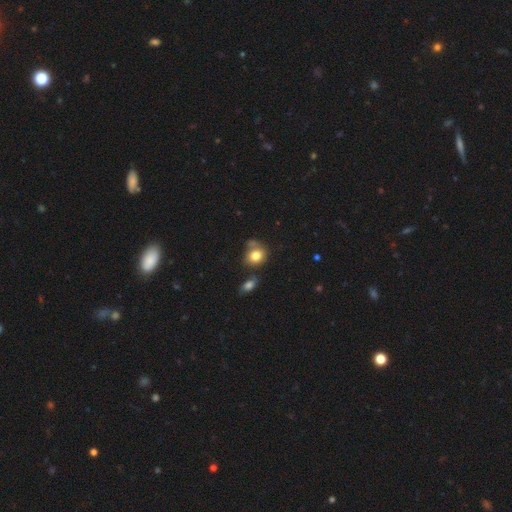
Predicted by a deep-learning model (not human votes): The model was most divided on "how rounded": round: 66%, in between: 33%, cigar-shaped: 1%. More confident: smooth or featured — smooth (80%); merging — none (56%).